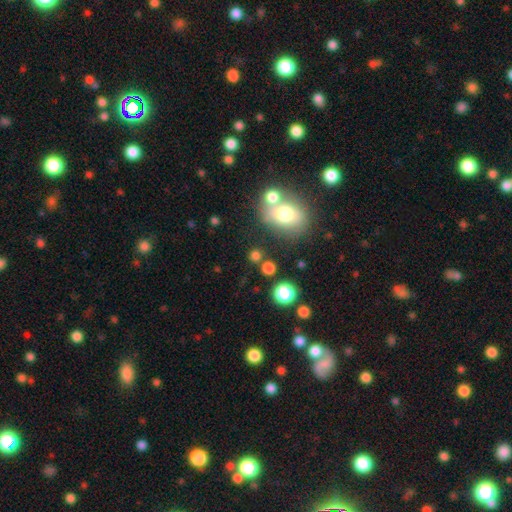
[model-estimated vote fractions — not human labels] This appears to be a smooth galaxy with no disk features (73%) that is round (81%). Merging: none (65%).